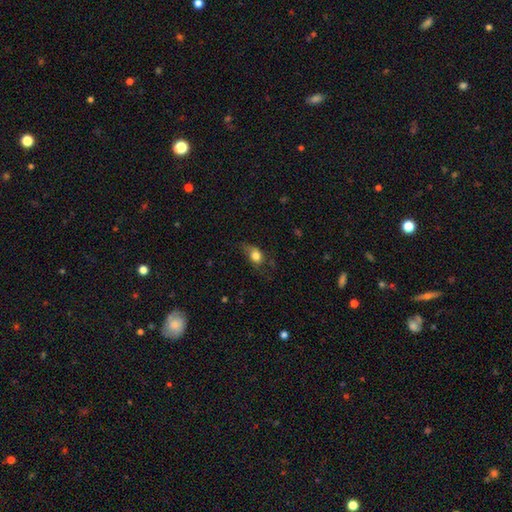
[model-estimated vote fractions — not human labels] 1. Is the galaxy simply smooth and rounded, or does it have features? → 78% smooth, 13% featured or disk, 9% star or artifact.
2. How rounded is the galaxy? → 65% in between, 31% round, 3% cigar-shaped.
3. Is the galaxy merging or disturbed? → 41% none, 34% minor disturbance, 23% major disturbance, 2% merger.